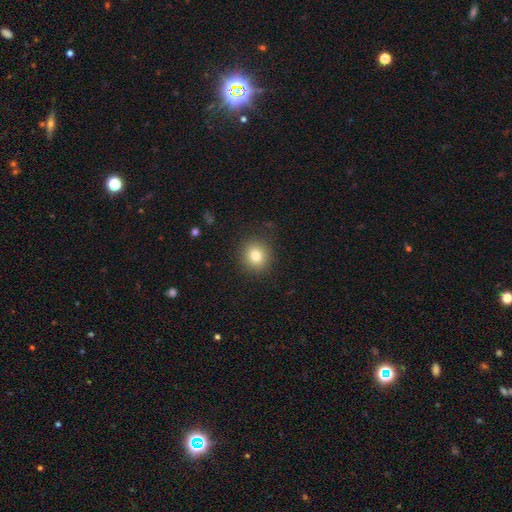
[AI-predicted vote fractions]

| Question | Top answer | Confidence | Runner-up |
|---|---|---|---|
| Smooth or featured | smooth | 80% | star or artifact (11%) |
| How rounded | round | 84% | in between (15%) |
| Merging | none | 89% | minor disturbance (8%) |